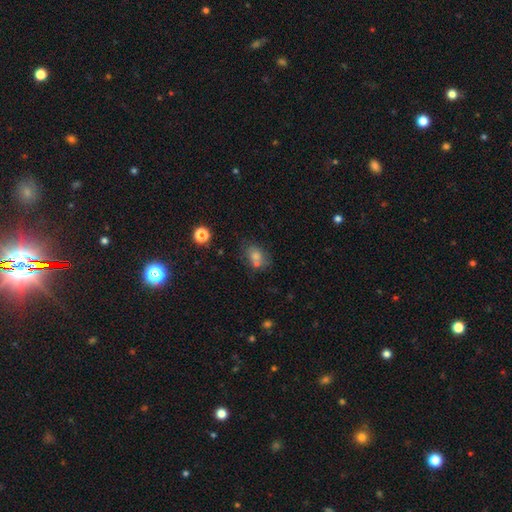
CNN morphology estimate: smooth_or_featured: smooth (p=0.65) [alt: star or artifact p=0.20]
how_rounded: in between (p=0.59) [alt: round p=0.40]
merging: none (p=0.54) [alt: merger p=0.25]